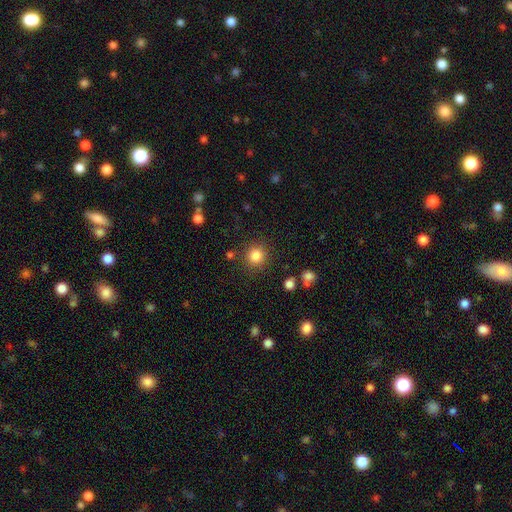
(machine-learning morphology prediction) This is clearly a smooth galaxy (84%). How rounded: clearly round (91%). Merging: clearly none (86%).